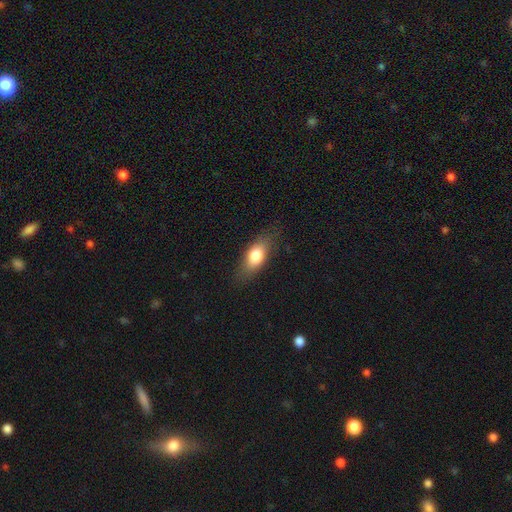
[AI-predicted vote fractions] A smooth galaxy with no disk features (76%) that is in between round and cigar-shaped (79%).

Vote fractions:
- Smooth or featured? smooth: 76% / featured or disk: 16% / star or artifact: 7%
- How rounded? in between: 79% / cigar-shaped: 15% / round: 6%
- Merging? none: 79% / minor disturbance: 16% / major disturbance: 4% / merger: 1%